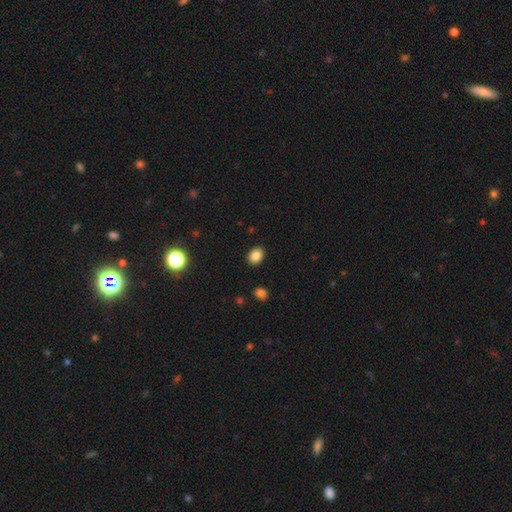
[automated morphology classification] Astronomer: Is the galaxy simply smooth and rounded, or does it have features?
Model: smooth — 85%.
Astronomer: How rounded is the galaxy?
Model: in between — 57% (runner-up: round, 43%).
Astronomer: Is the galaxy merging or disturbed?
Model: none — 90%.